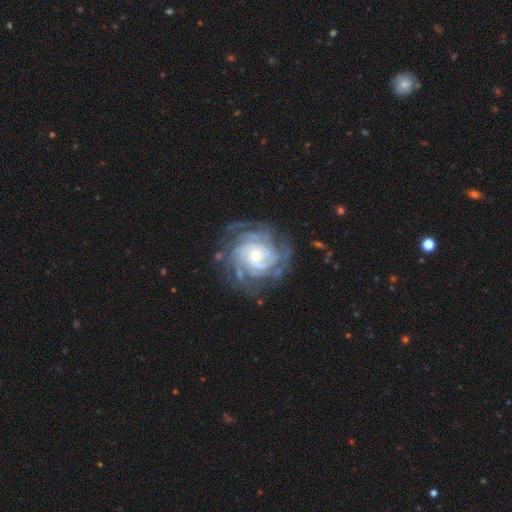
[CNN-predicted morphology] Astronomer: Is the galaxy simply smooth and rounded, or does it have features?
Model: featured or disk — 90%.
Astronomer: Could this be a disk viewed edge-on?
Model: no — 97%.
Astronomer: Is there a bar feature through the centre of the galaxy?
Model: no — 71%.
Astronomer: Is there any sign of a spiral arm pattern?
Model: yes — 98%.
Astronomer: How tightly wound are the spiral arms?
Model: tight — 75%.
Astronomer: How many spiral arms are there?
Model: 4 — 27% (runner-up: can't tell, 23%).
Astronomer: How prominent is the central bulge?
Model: small — 63%.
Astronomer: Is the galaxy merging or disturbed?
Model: none — 77%.